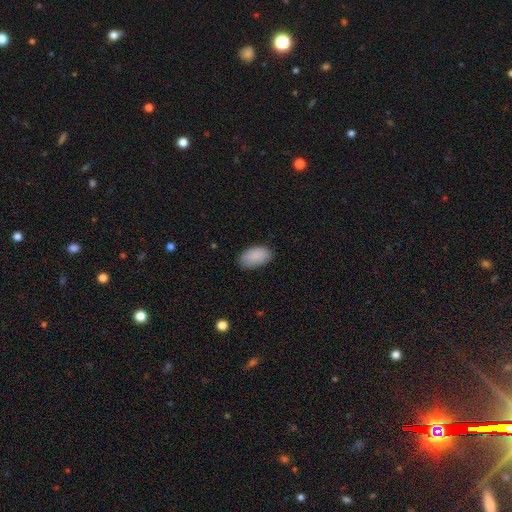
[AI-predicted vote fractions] The model was most divided on "merging": none: 84%, minor disturbance: 12%, major disturbance: 3%, merger: 1%. More confident: how rounded — in between (94%); smooth or featured — smooth (89%).